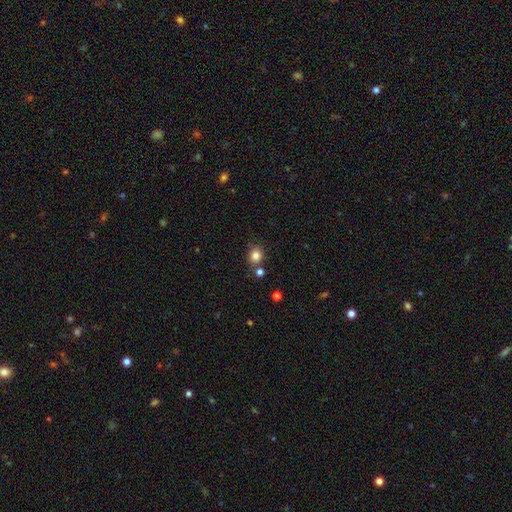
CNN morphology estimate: type=smooth (82%); roundness=round (77%); merging=none (75%).